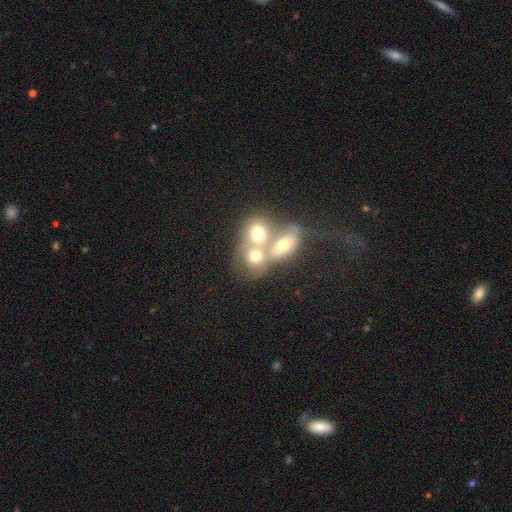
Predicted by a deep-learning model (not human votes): A smooth galaxy with no disk features (64%) that is round (58%).

Vote fractions:
- Smooth or featured? smooth: 64% / featured or disk: 23% / star or artifact: 13%
- How rounded? round: 58% / in between: 40% / cigar-shaped: 2%
- Merging? merger: 62% / none: 26% / minor disturbance: 7% / major disturbance: 6%